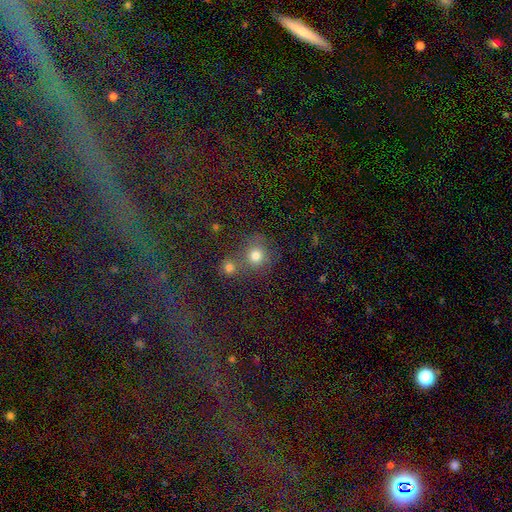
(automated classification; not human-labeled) Smooth or featured? Predicted: smooth (p=0.76). How rounded? Predicted: round (p=0.85). Merging? Predicted: none (p=0.54).